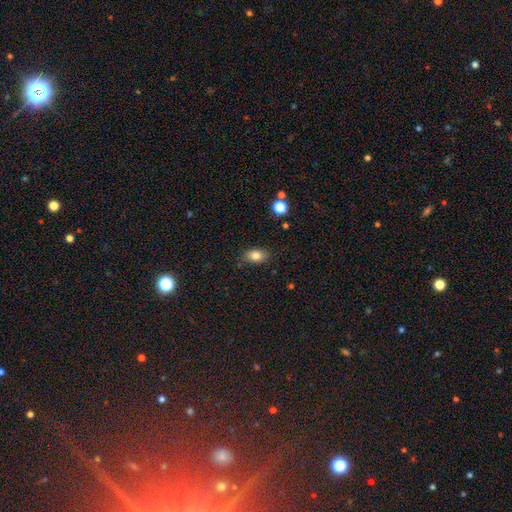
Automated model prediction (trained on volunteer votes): This appears to be a smooth galaxy with no disk features (82%) that is in between round and cigar-shaped (79%). Merging: none (82%).